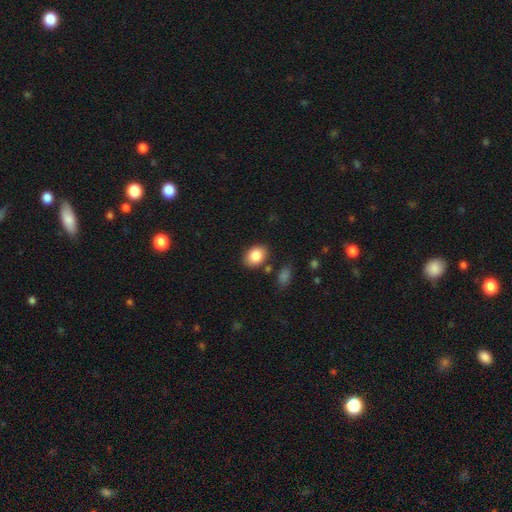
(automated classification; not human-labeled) The model was most divided on "how rounded": in between: 73%, round: 26%, cigar-shaped: 1%. More confident: smooth or featured — smooth (86%); merging — none (81%).